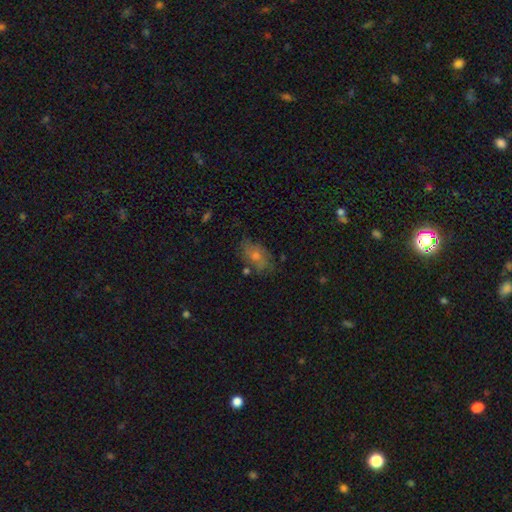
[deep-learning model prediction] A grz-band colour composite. It shows a smooth galaxy with no disk features (48%). Merging: none (73%).